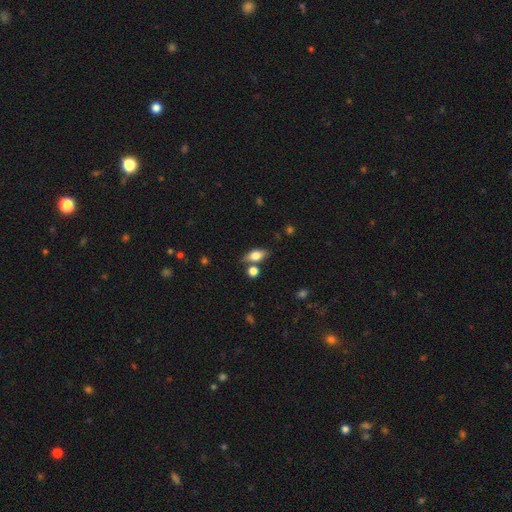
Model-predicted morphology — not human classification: type=smooth (66%); roundness=in between (77%); merging=none (70%).